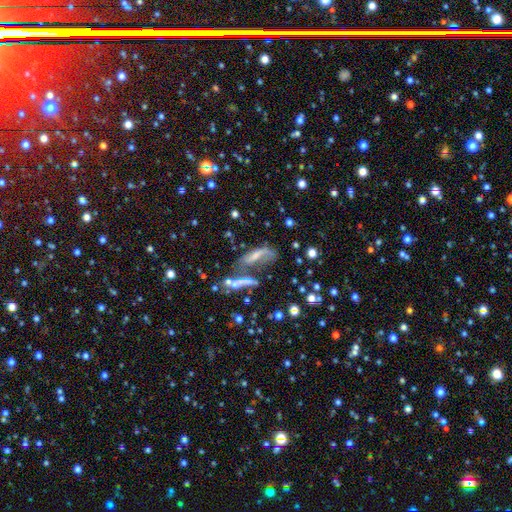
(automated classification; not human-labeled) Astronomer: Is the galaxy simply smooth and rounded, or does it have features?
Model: featured or disk — 44% (runner-up: smooth, 36%).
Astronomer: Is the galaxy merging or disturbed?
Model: merger — 36% (runner-up: none, 31%).